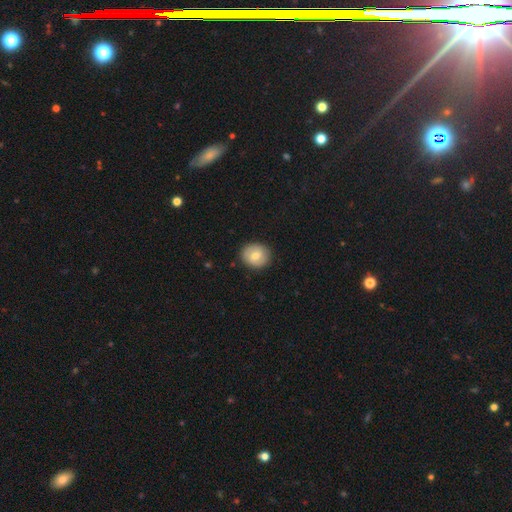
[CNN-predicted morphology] This is likely a smooth galaxy (70%). How rounded: likely round (78%). Merging: clearly none (89%).